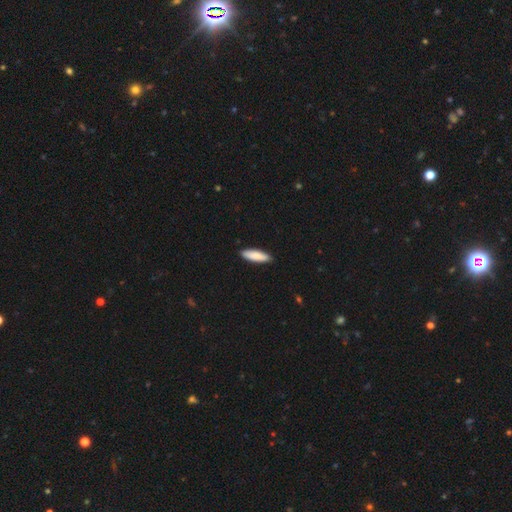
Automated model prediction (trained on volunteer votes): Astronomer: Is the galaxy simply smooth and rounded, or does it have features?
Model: smooth — 85%.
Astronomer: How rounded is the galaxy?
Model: cigar-shaped — 55% (runner-up: in between, 43%).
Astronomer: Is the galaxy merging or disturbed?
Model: none — 90%.